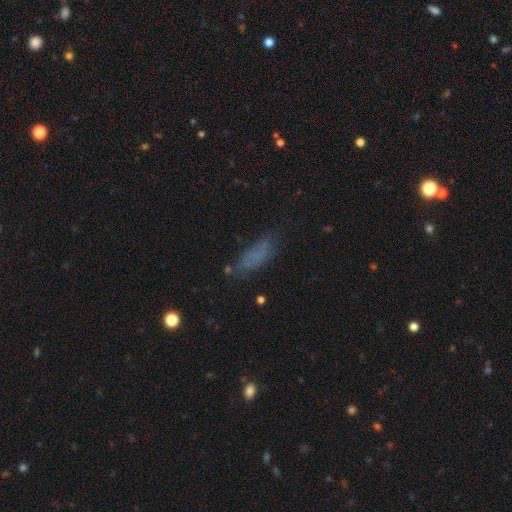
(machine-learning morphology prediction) Q: Smooth or featured?
A: smooth (71%); runner-up: star or artifact (14%)
Q: How rounded?
A: in between (50%); runner-up: cigar-shaped (48%)
Q: Merging?
A: none (60%); runner-up: minor disturbance (23%)